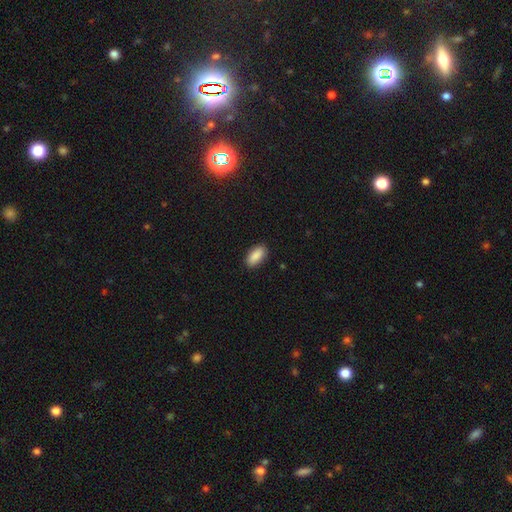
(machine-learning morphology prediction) smooth 90%, star or artifact 6%, featured or disk 4%. Down the decision tree: how rounded — in between (91%); merging — none (90%).